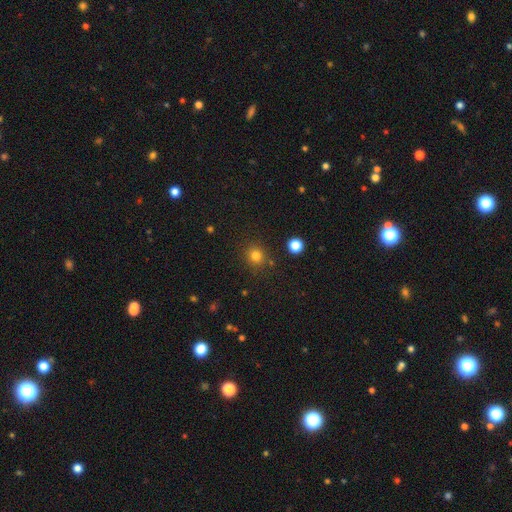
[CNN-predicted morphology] Smooth or featured: smooth — 80% (star or artifact — 14%)
How rounded: round — 86% (in between — 13%)
Merging: none — 84% (minor disturbance — 9%)